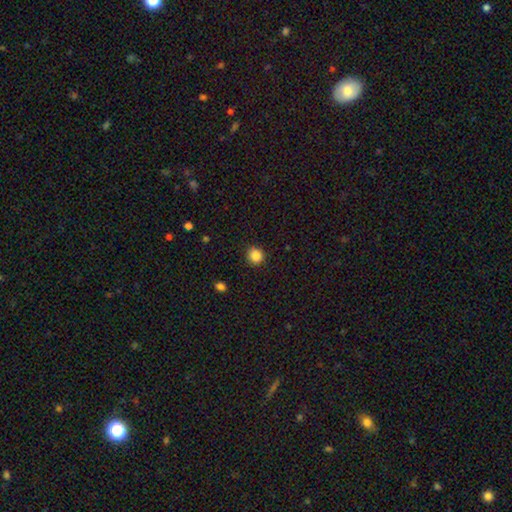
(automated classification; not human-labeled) Smooth or featured?
  - smooth: 86% *
  - star or artifact: 11%
  - featured or disk: 3%
How rounded?
  - round: 90% *
  - in between: 9%
  - cigar-shaped: 1%
Merging?
  - none: 87% *
  - minor disturbance: 10%
  - major disturbance: 2%
  - merger: 1%